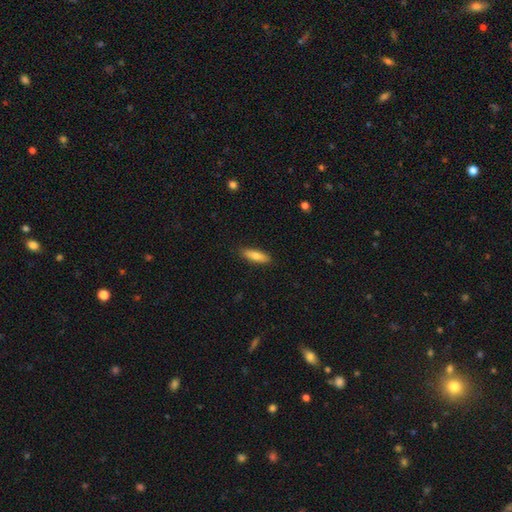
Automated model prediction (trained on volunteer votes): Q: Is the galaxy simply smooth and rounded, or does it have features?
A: smooth — 73%.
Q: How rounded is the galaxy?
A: cigar-shaped — 58%.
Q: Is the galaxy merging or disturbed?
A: none — 89%.